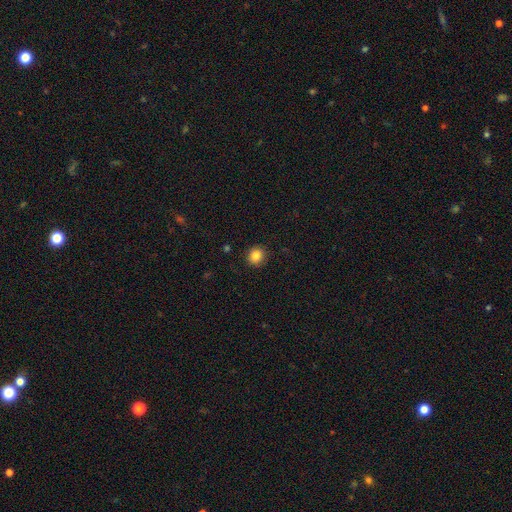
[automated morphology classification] Q: Smooth or featured?
A: smooth (85%); runner-up: star or artifact (10%)
Q: How rounded?
A: round (85%); runner-up: in between (14%)
Q: Merging?
A: none (90%); runner-up: minor disturbance (7%)